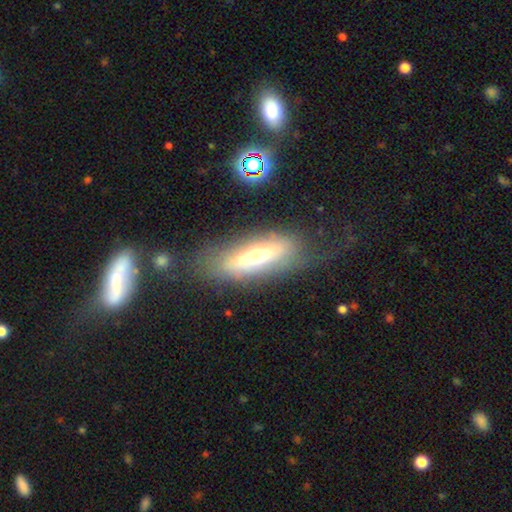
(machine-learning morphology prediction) A featured or disk galaxy (48%).

Vote fractions:
- Smooth or featured? featured or disk: 48% / smooth: 42% / star or artifact: 9%
- Merging? none: 58% / minor disturbance: 21% / major disturbance: 17% / merger: 4%